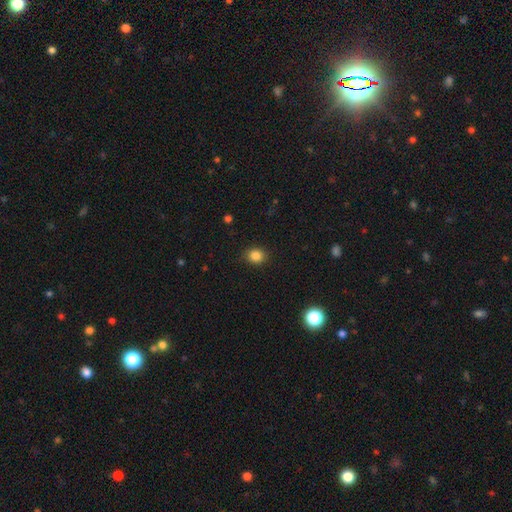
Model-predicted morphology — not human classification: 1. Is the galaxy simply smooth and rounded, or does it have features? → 85% smooth, 11% star or artifact, 4% featured or disk.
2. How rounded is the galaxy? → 69% round, 30% in between, 1% cigar-shaped.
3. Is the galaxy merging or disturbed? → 88% none, 9% minor disturbance, 2% major disturbance, 1% merger.